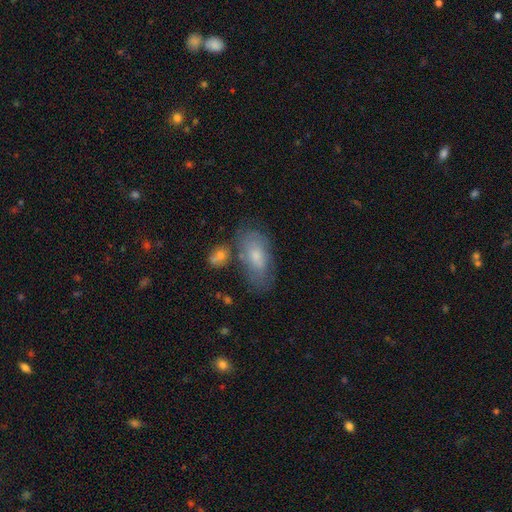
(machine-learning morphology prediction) A smooth galaxy with no disk features (59%) that is in between round and cigar-shaped (88%).

Vote fractions:
- Smooth or featured? smooth: 59% / featured or disk: 32% / star or artifact: 9%
- How rounded? in between: 88% / cigar-shaped: 8% / round: 4%
- Merging? none: 63% / minor disturbance: 20% / merger: 10% / major disturbance: 7%